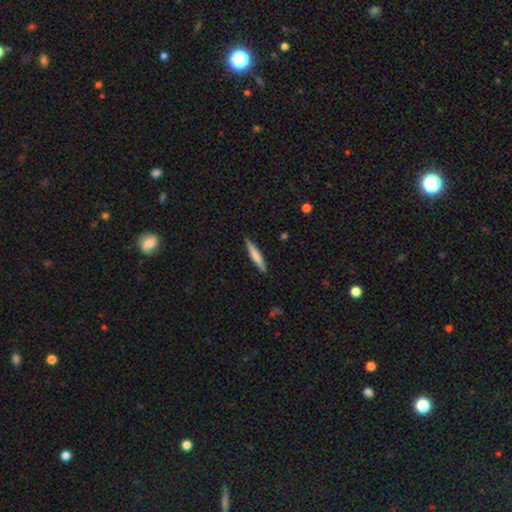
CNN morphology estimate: A smooth galaxy with no disk features (69%) that is cigar-shaped (93%).

Vote fractions:
- Smooth or featured? smooth: 69% / featured or disk: 26% / star or artifact: 5%
- How rounded? cigar-shaped: 93% / in between: 6% / round: 1%
- Merging? none: 89% / minor disturbance: 8% / major disturbance: 2% / merger: 1%